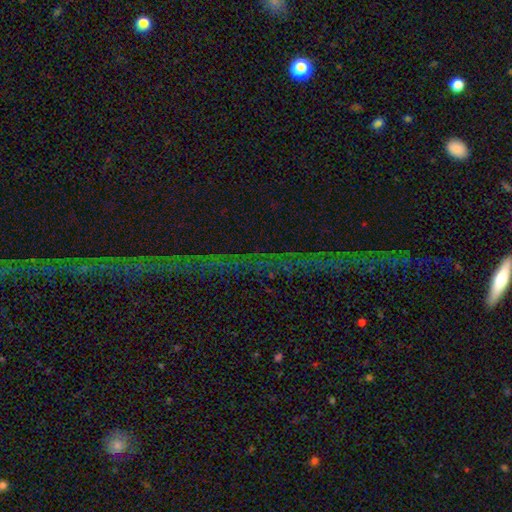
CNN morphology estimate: Smooth or featured: star or artifact — 77% (featured or disk — 14%)